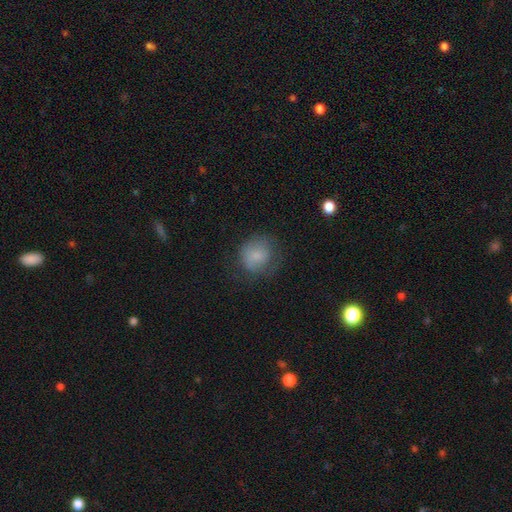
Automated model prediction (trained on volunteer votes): smooth_or_featured: smooth (p=0.75) [alt: featured or disk p=0.16]
how_rounded: round (p=0.75) [alt: in between p=0.24]
merging: none (p=0.61) [alt: minor disturbance p=0.24]